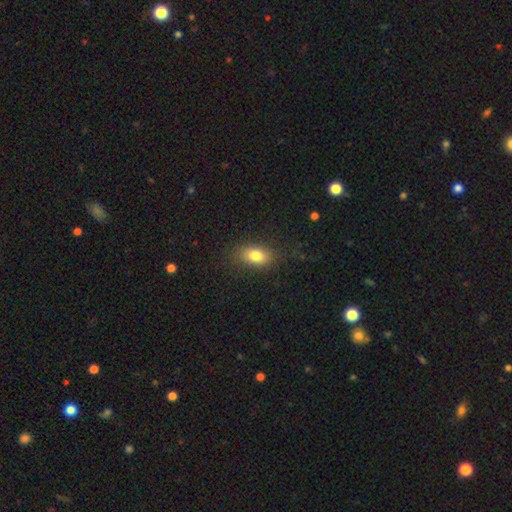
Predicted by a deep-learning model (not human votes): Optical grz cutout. It shows a smooth galaxy with no disk features (79%) that is in between round and cigar-shaped (85%). Merging: none (81%).